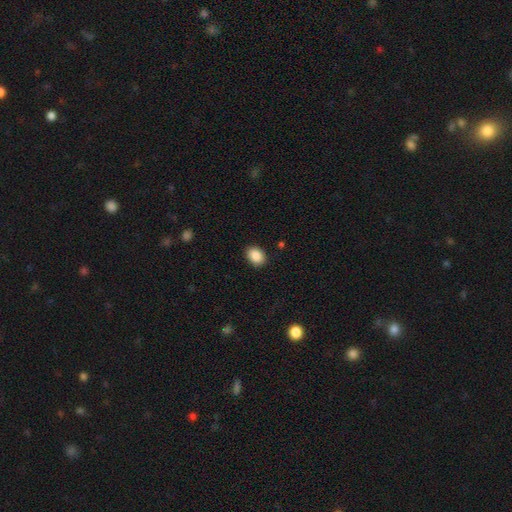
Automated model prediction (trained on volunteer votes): Morphology: type=smooth (88%); roundness=in between (71%); merging=none (89%).